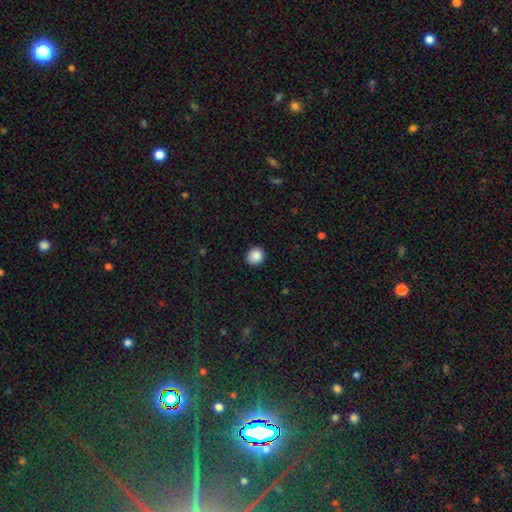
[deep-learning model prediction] A smooth galaxy with no disk features (88%) that is round (83%).

Vote fractions:
- Smooth or featured? smooth: 88% / star or artifact: 9% / featured or disk: 3%
- How rounded? round: 83% / in between: 16% / cigar-shaped: 1%
- Merging? none: 89% / minor disturbance: 8% / major disturbance: 2% / merger: 1%